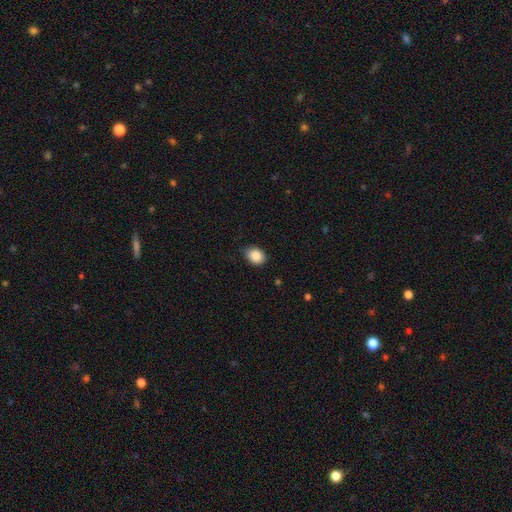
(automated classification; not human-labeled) Smooth or featured? smooth (87%)
How rounded? in between (61%)
Merging? none (80%)